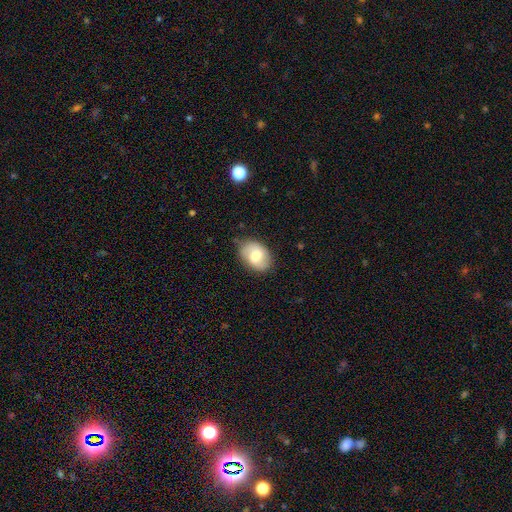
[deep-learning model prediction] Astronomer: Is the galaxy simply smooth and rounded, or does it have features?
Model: smooth — 58% (runner-up: featured or disk, 35%).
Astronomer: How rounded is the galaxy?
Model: in between — 80%.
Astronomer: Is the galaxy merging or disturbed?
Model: none — 76%.